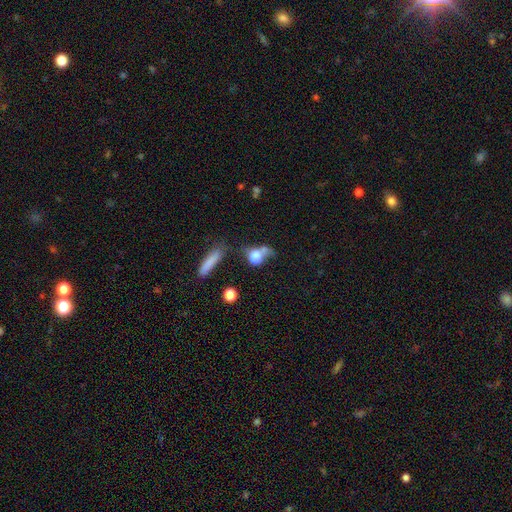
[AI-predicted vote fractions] Overall: smooth (69%). How rounded: in between (52%; round 41%). Merging: merger (36%; none 28%).